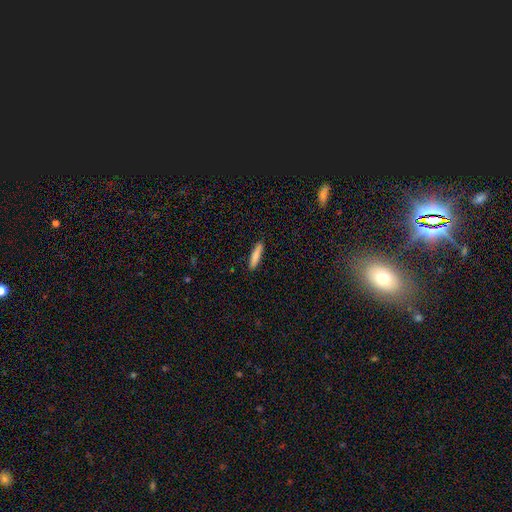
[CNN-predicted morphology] The model was most divided on "smooth or featured": smooth: 82%, featured or disk: 12%, star or artifact: 6%. More confident: merging — none (90%); how rounded — cigar-shaped (85%).